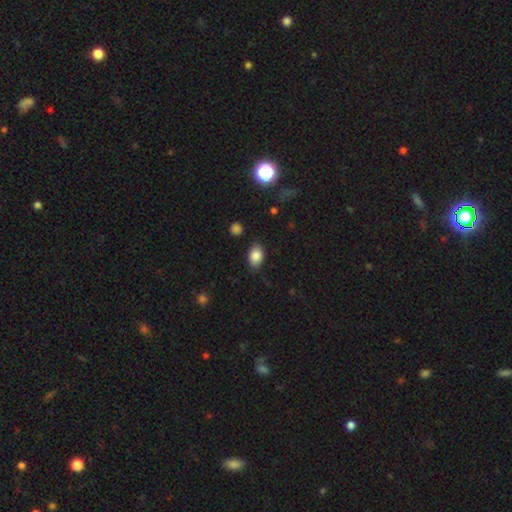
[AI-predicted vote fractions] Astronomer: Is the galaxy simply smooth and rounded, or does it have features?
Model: smooth — 85%.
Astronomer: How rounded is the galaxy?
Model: in between — 80%.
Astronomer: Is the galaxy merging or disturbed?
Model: none — 79%.